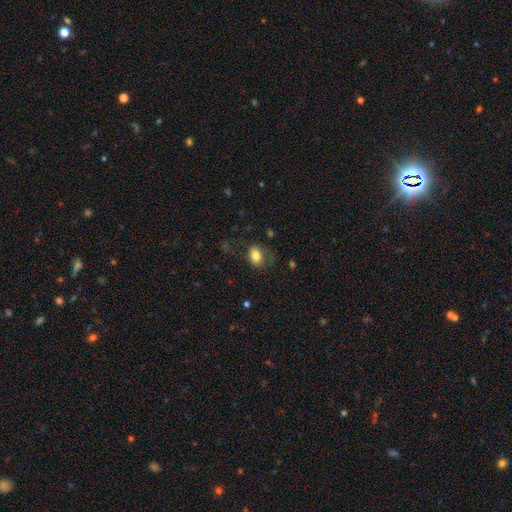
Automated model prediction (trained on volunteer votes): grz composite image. It shows a smooth galaxy with no disk features (80%) that is in between round and cigar-shaped (71%). Merging: none (67%).